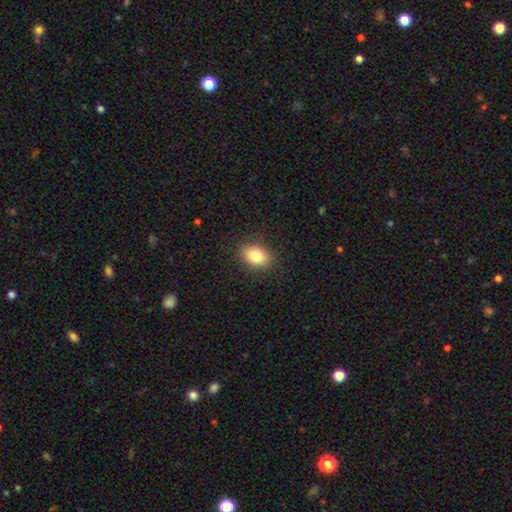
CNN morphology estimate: The model was most divided on "how rounded": in between: 76%, round: 23%, cigar-shaped: 1%. More confident: merging — none (87%); smooth or featured — smooth (83%).